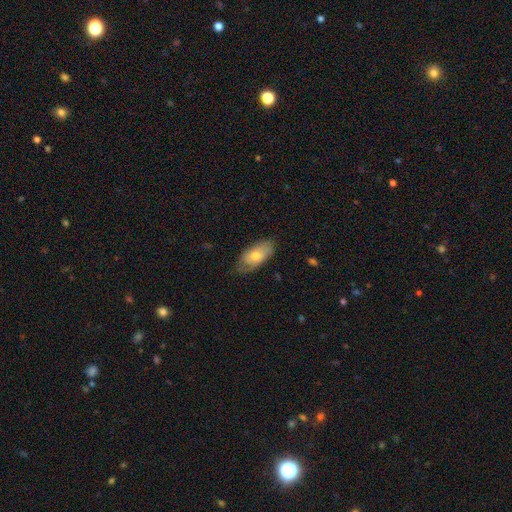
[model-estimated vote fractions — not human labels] smooth-or-featured: smooth: 62% | featured or disk: 33% | star or artifact: 6%
  how-rounded: in between: 90% | cigar-shaped: 7% | round: 4%
  merging: none: 64% | minor disturbance: 27% | major disturbance: 7% | merger: 1%